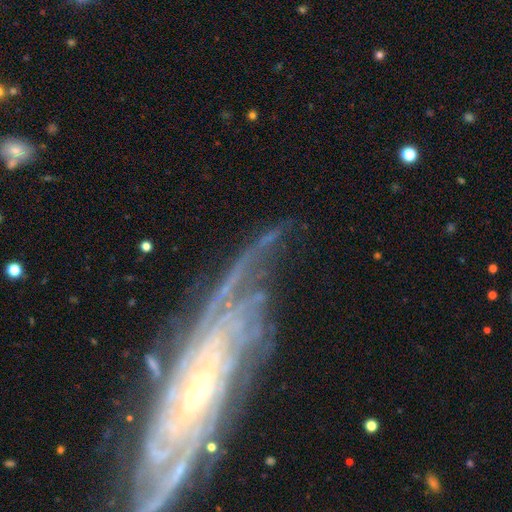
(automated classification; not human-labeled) featured or disk 83%, star or artifact 10%, smooth 7%. Down the decision tree: edge-on disk — no (84%); bar — no (61%); spiral arms — yes (92%); spiral arm count — can't tell (36%); spiral winding — tight (68%); bulge size — small (68%); merging — none (62%).